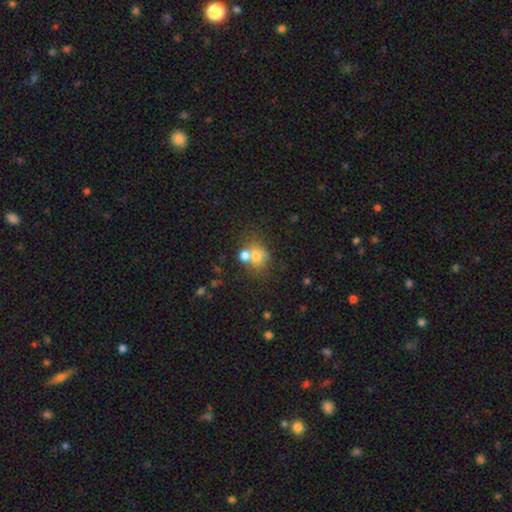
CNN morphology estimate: Q: Smooth or featured?
A: smooth (67%); runner-up: featured or disk (19%)
Q: How rounded?
A: round (67%); runner-up: in between (32%)
Q: Merging?
A: merger (46%); runner-up: none (38%)